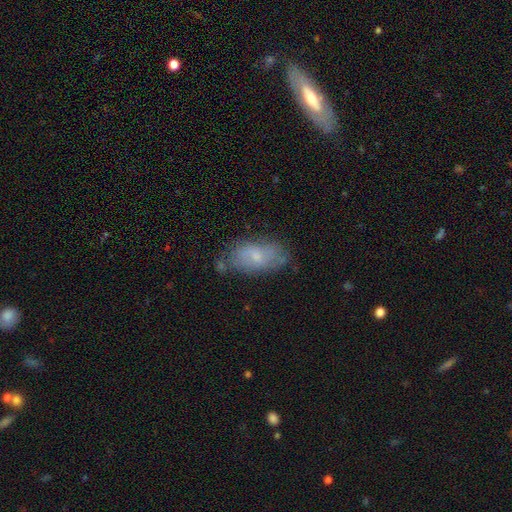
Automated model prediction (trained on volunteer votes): smooth 58%, featured or disk 34%, star or artifact 8%. Down the decision tree: how rounded — in between (89%); merging — none (62%).